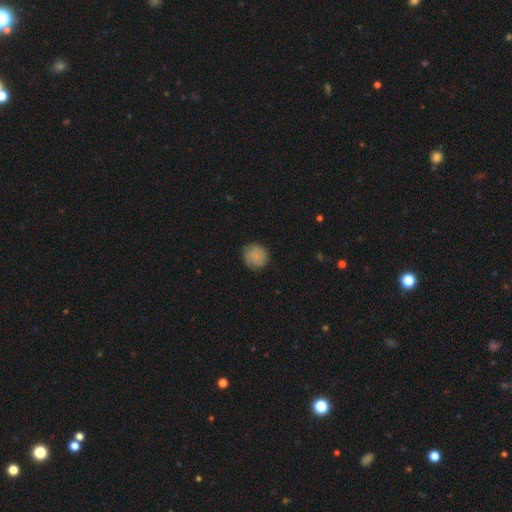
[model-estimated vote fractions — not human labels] smooth-or-featured: smooth: 82% | featured or disk: 10% | star or artifact: 8%
  how-rounded: round: 91% | in between: 8% | cigar-shaped: 1%
  merging: none: 82% | minor disturbance: 14% | major disturbance: 3% | merger: 1%